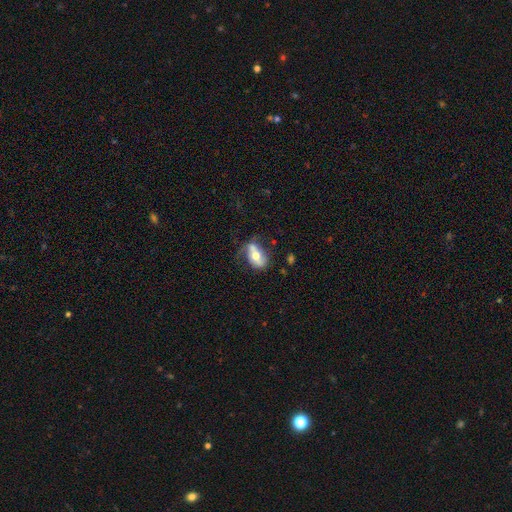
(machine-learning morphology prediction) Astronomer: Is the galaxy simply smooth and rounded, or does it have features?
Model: smooth — 49% (runner-up: featured or disk, 43%).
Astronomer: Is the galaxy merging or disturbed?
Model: none — 43% (runner-up: minor disturbance, 27%).